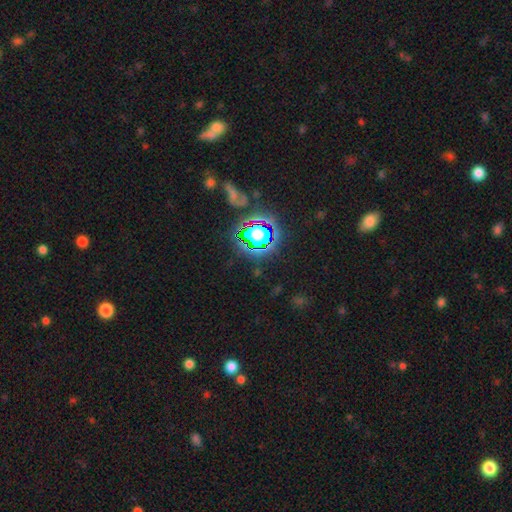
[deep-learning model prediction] A star or artifact, not a galaxy (77%).

Vote fractions:
- Smooth or featured? star or artifact: 77% / smooth: 15% / featured or disk: 8%